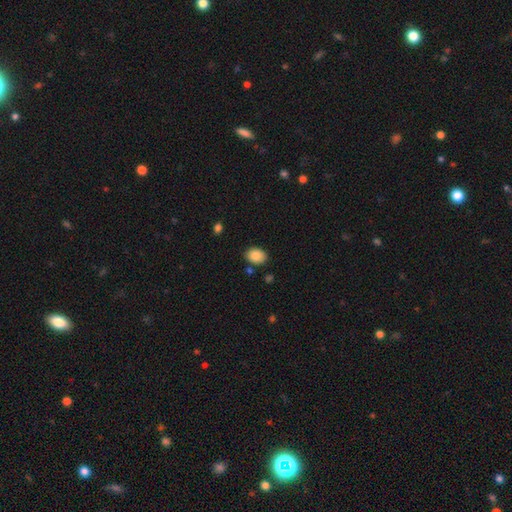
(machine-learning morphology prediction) A smooth galaxy with no disk features (86%) that is in between round and cigar-shaped (71%).

Vote fractions:
- Smooth or featured? smooth: 86% / star or artifact: 8% / featured or disk: 6%
- How rounded? in between: 71% / round: 28% / cigar-shaped: 1%
- Merging? none: 84% / minor disturbance: 10% / merger: 3% / major disturbance: 2%